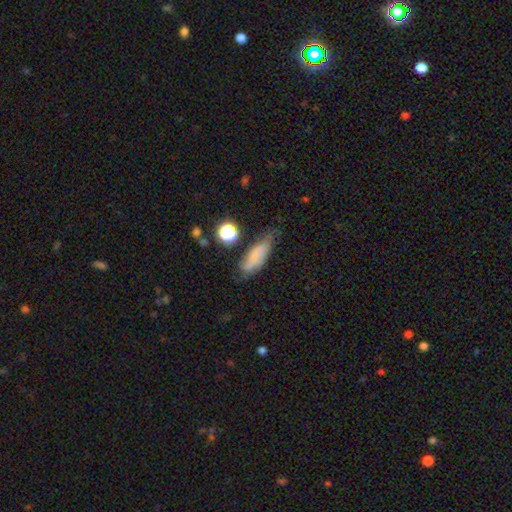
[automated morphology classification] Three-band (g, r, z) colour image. It shows a smooth galaxy with no disk features (64%) that is in between round and cigar-shaped (59%). Merging: none (54%).